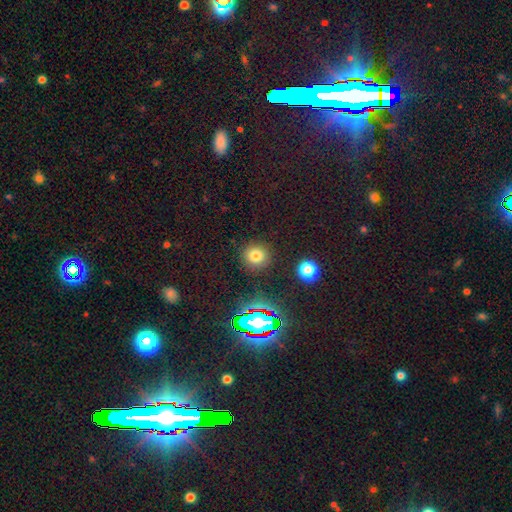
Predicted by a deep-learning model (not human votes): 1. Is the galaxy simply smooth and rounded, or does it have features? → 74% smooth, 19% star or artifact, 7% featured or disk.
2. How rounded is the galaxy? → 91% round, 8% in between, 1% cigar-shaped.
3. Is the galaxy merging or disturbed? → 89% none, 6% minor disturbance, 3% major disturbance, 2% merger.